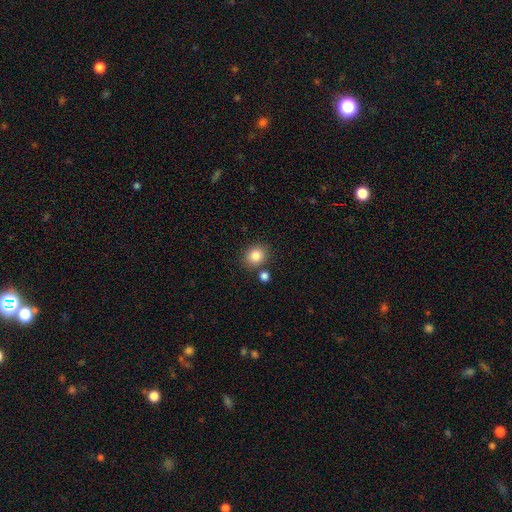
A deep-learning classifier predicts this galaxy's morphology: This is clearly a smooth galaxy (84%). How rounded: likely round (74%). Merging: clearly none (80%).